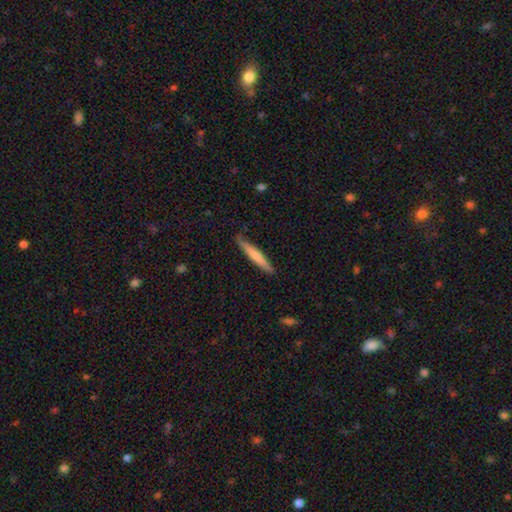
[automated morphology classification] Q: Smooth or featured?
A: smooth (66%); runner-up: featured or disk (29%)
Q: How rounded?
A: cigar-shaped (94%); runner-up: in between (4%)
Q: Merging?
A: none (84%); runner-up: minor disturbance (13%)